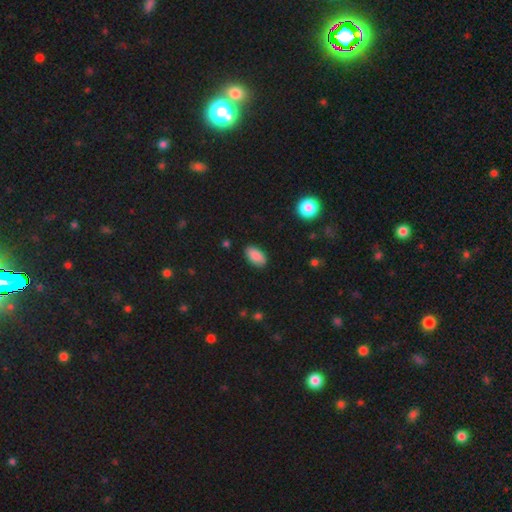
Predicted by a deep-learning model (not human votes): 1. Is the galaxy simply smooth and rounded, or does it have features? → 87% smooth, 7% star or artifact, 6% featured or disk.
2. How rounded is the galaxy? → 94% in between, 4% round, 2% cigar-shaped.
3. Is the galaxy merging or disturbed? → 87% none, 10% minor disturbance, 2% major disturbance, 1% merger.